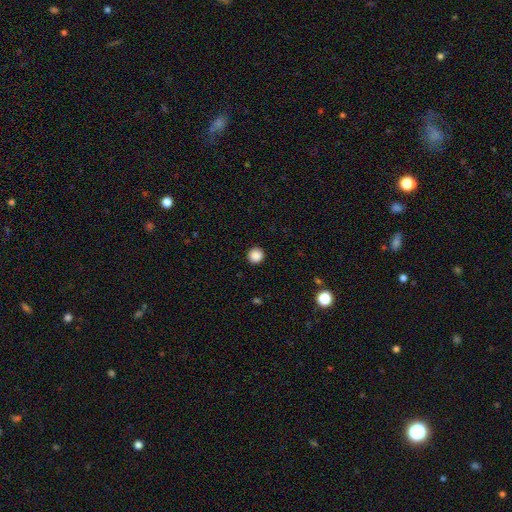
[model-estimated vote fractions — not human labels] smooth 88%, star or artifact 10%, featured or disk 2%. Down the decision tree: how rounded — round (95%); merging — none (93%).